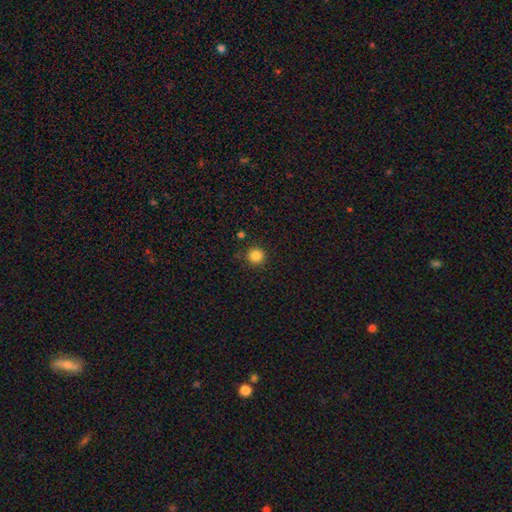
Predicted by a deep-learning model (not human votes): Smooth or featured: smooth — 86% (star or artifact — 11%)
How rounded: round — 95% (in between — 4%)
Merging: none — 89% (minor disturbance — 7%)